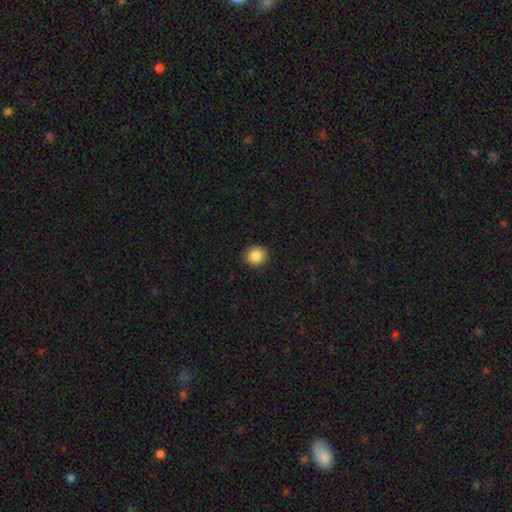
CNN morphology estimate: smooth-or-featured: smooth: 87% | star or artifact: 9% | featured or disk: 4%
  how-rounded: round: 82% | in between: 18% | cigar-shaped: 1%
  merging: none: 91% | minor disturbance: 6% | major disturbance: 2% | merger: 1%